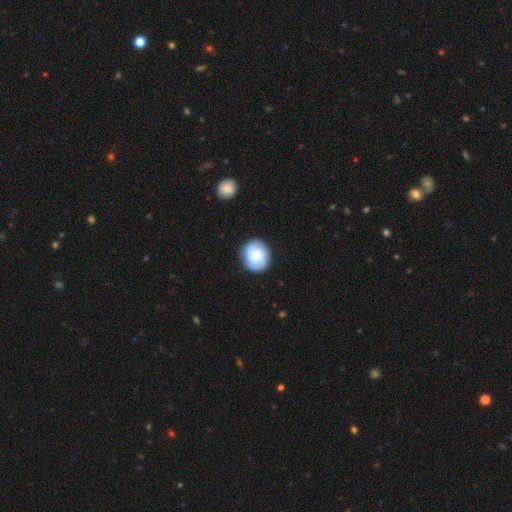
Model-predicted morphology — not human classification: smooth_or_featured: smooth (p=0.59) [alt: featured or disk p=0.34]
how_rounded: round (p=0.75) [alt: in between p=0.24]
merging: none (p=0.86) [alt: minor disturbance p=0.10]